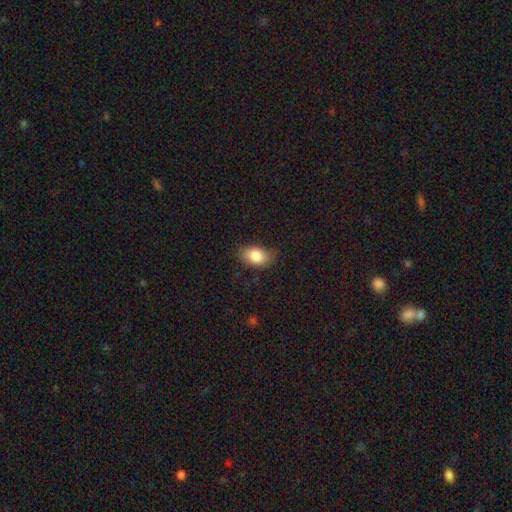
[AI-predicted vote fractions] This is clearly a smooth galaxy (83%). How rounded: clearly in between (87%). Merging: clearly none (81%).